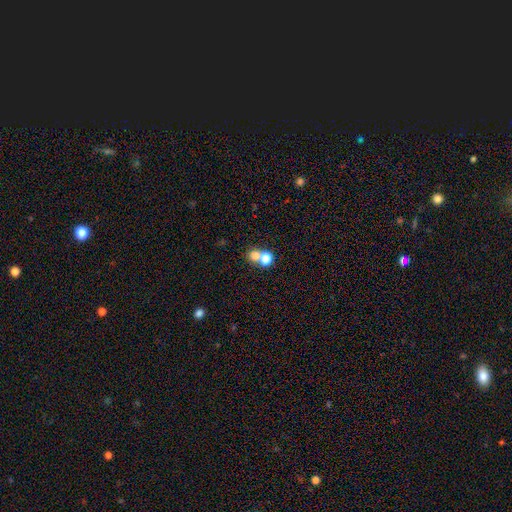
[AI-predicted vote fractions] Smooth or featured? Predicted: smooth (p=0.72). How rounded? Predicted: round (p=0.77). Merging? Predicted: merger (p=0.51).